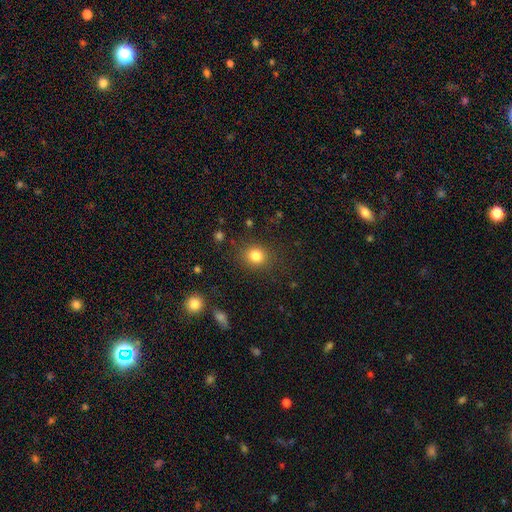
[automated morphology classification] Smooth or featured? Predicted: smooth (p=0.82). How rounded? Predicted: round (p=0.76). Merging? Predicted: none (p=0.86).